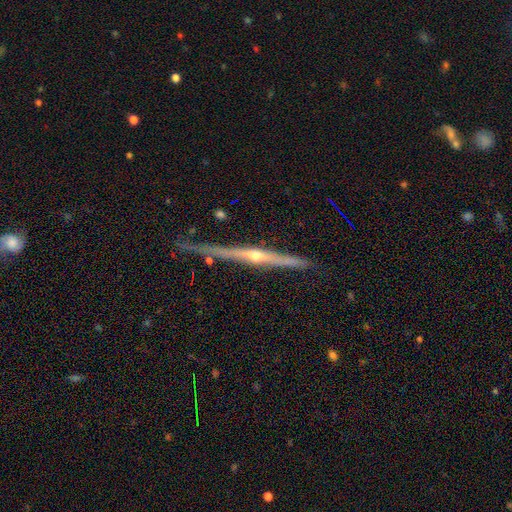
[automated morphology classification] This appears to be a featured or disk galaxy (85%) viewed edge-on (98%) with a rounded central bulge (86%). Merging: none (81%).